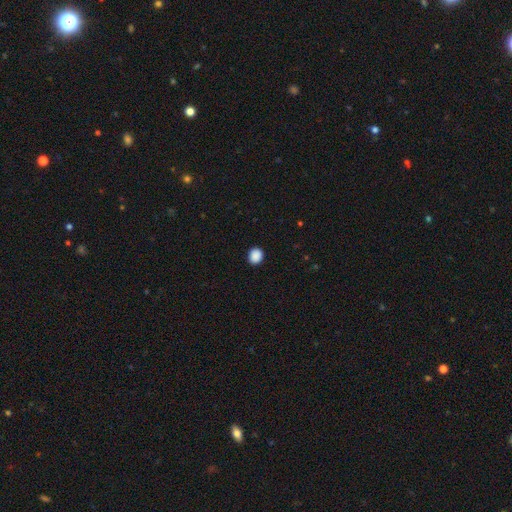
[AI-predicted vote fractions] Smooth or featured? Predicted: smooth (p=0.89). How rounded? Predicted: round (p=0.76). Merging? Predicted: none (p=0.91).